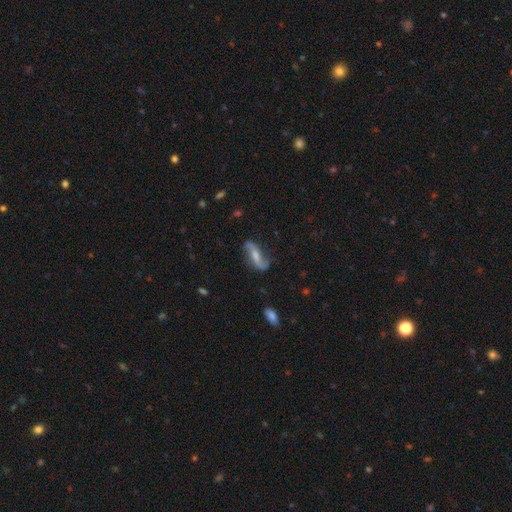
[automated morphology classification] Q: Smooth or featured?
A: featured or disk (75%); runner-up: smooth (18%)
Q: Edge-on disk?
A: no (89%); runner-up: yes (11%)
Q: Bar?
A: weak (39%); runner-up: no (32%)
Q: Spiral arms?
A: yes (92%); runner-up: no (8%)
Q: Spiral winding?
A: loose (82%); runner-up: medium (14%)
Q: Spiral arm count?
A: 2 (91%); runner-up: can't tell (3%)
Q: Bulge size?
A: moderate (38%); runner-up: small (33%)
Q: Merging?
A: none (69%); runner-up: minor disturbance (19%)